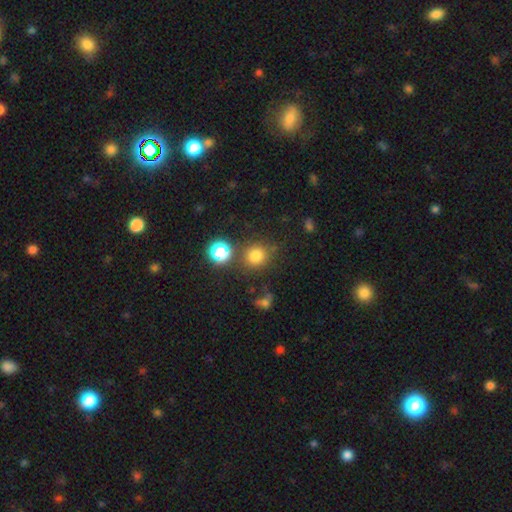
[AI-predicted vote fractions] Overall: smooth (76%). How rounded: round (86%). Merging: none (73%).